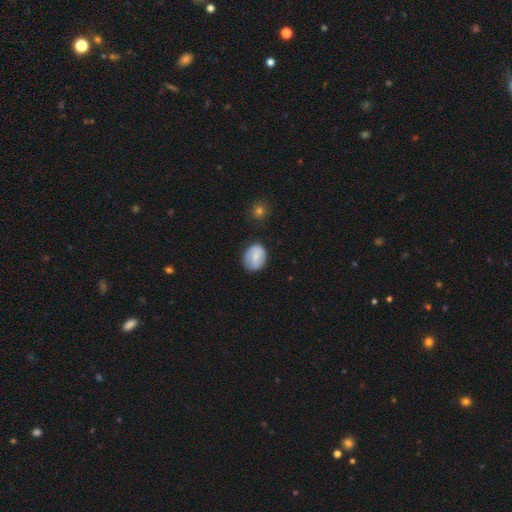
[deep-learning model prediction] Smooth or featured: smooth — 65% (featured or disk — 27%)
How rounded: round — 52% (in between — 47%)
Merging: none — 72% (minor disturbance — 20%)